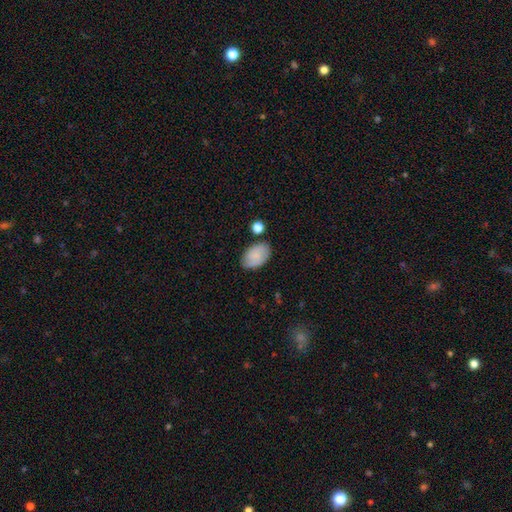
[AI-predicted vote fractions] smooth-or-featured: smooth: 77% | featured or disk: 15% | star or artifact: 8%
  how-rounded: in between: 91% | round: 8% | cigar-shaped: 1%
  merging: none: 75% | minor disturbance: 17% | merger: 4% | major disturbance: 4%